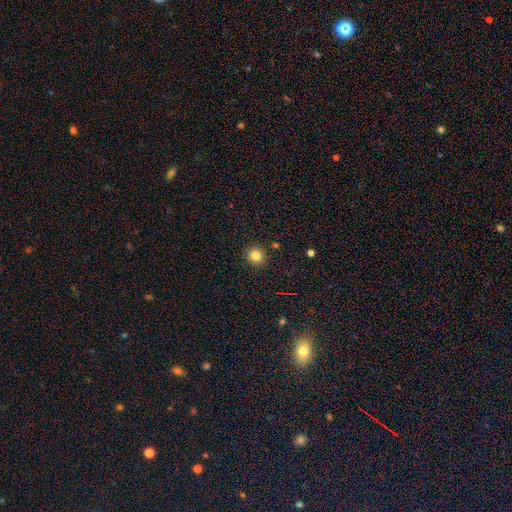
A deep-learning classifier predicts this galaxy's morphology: smooth-or-featured: smooth: 81% | star or artifact: 13% | featured or disk: 6%
  how-rounded: round: 93% | in between: 6% | cigar-shaped: 1%
  merging: none: 91% | minor disturbance: 6% | major disturbance: 2% | merger: 1%